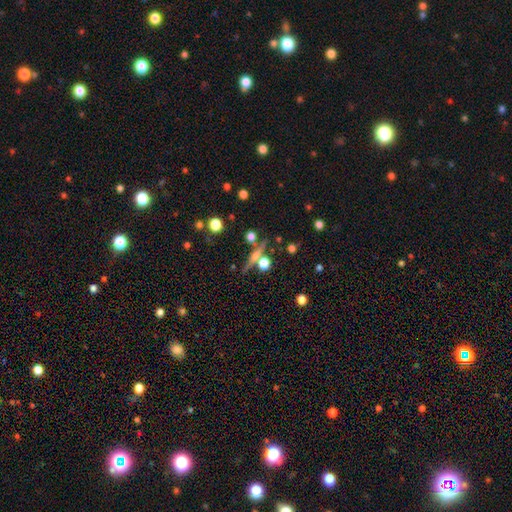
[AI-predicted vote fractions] A featured or disk galaxy (50%) viewed edge-on (91%).

Vote fractions:
- Smooth or featured? featured or disk: 50% / smooth: 33% / star or artifact: 16%
- Edge-on disk? yes: 91% / no: 9%
- Merging? none: 78% / merger: 10% / minor disturbance: 9% / major disturbance: 4%